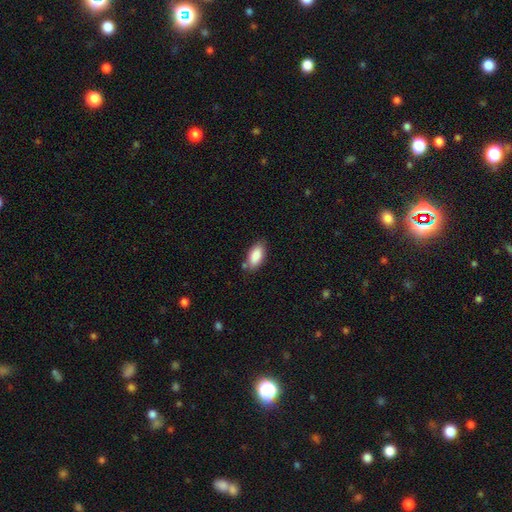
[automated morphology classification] Smooth or featured: smooth — 88% (star or artifact — 6%)
How rounded: in between — 90% (cigar-shaped — 7%)
Merging: none — 77% (minor disturbance — 16%)